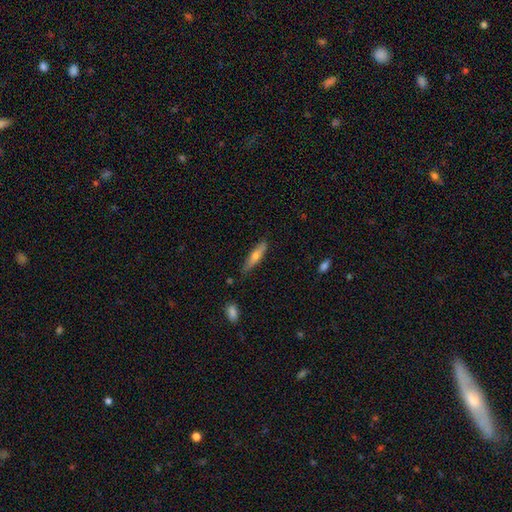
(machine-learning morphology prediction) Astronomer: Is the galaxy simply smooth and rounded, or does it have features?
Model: smooth — 53% (runner-up: featured or disk, 41%).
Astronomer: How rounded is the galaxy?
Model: cigar-shaped — 83%.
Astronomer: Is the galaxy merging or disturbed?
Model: none — 83%.